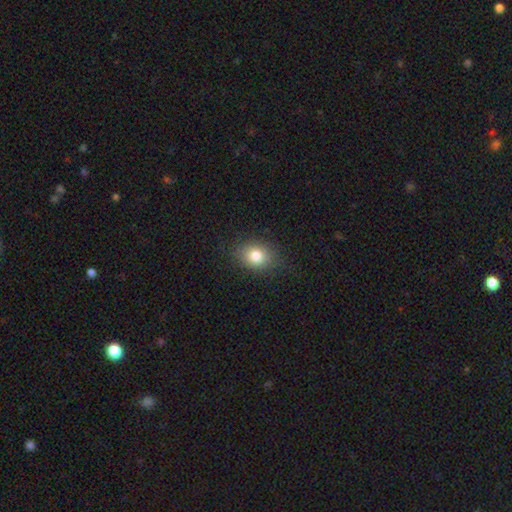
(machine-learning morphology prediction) Smooth or featured: smooth — 80% (star or artifact — 11%)
How rounded: in between — 53% (round — 46%)
Merging: none — 83% (minor disturbance — 12%)